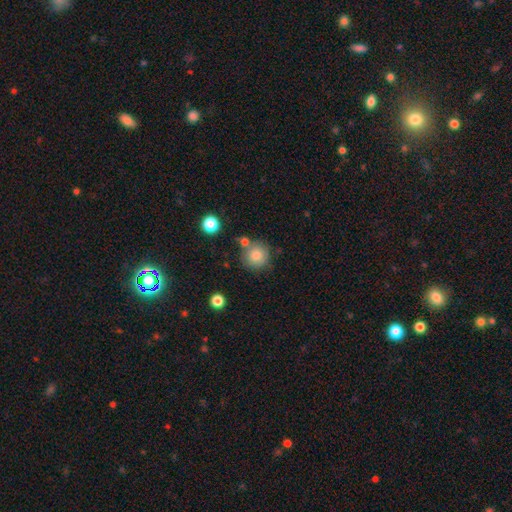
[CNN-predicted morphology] A smooth galaxy with no disk features (83%) that is round (92%).

Vote fractions:
- Smooth or featured? smooth: 83% / star or artifact: 9% / featured or disk: 8%
- How rounded? round: 92% / in between: 7% / cigar-shaped: 1%
- Merging? none: 71% / merger: 13% / minor disturbance: 12% / major disturbance: 4%